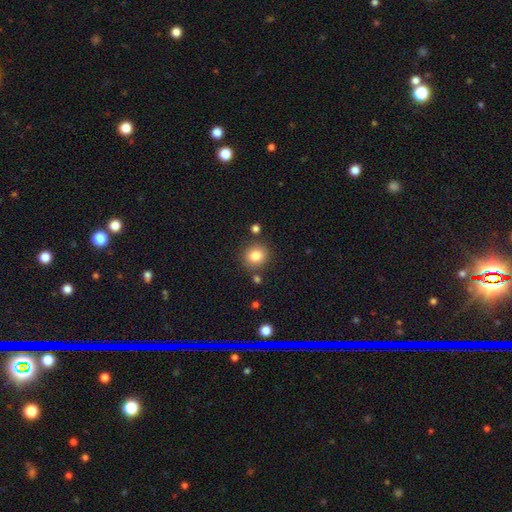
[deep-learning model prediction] A smooth galaxy with no disk features (81%) that is round (81%).

Vote fractions:
- Smooth or featured? smooth: 81% / star or artifact: 11% / featured or disk: 8%
- How rounded? round: 81% / in between: 18% / cigar-shaped: 1%
- Merging? none: 82% / minor disturbance: 10% / merger: 6% / major disturbance: 3%